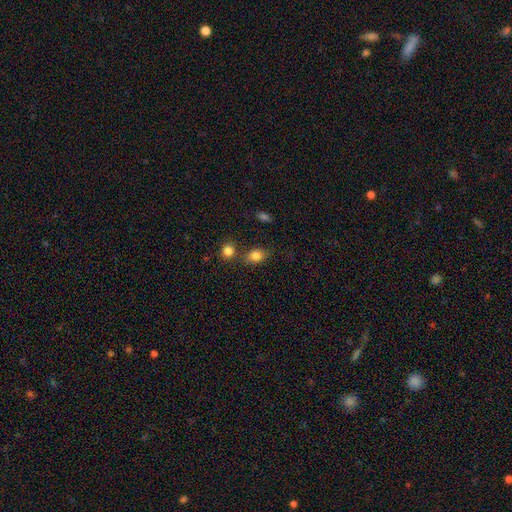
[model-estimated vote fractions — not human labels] The model was most divided on "how rounded": in between: 60%, round: 38%, cigar-shaped: 2%. More confident: smooth or featured — smooth (82%); merging — none (66%).